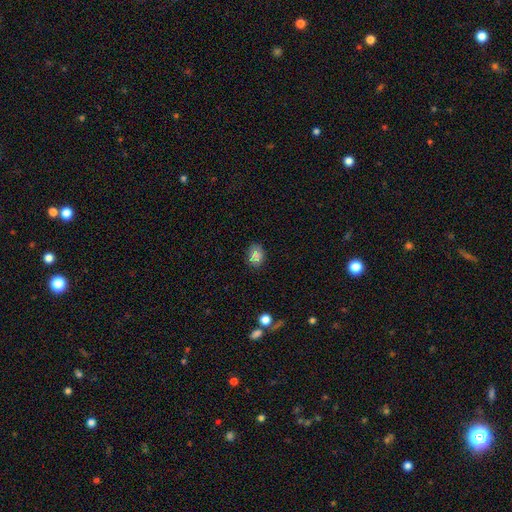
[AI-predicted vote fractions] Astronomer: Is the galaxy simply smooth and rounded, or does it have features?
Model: smooth — 75%.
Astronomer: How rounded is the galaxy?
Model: in between — 58% (runner-up: round, 40%).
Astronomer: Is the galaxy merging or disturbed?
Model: none — 80%.